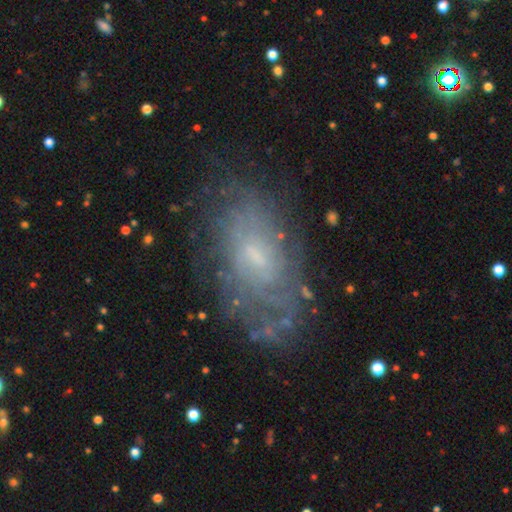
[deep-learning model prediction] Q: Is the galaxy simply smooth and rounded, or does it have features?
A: featured or disk — 62%.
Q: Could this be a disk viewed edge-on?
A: no — 93%.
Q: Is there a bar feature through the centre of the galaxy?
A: no — 63%.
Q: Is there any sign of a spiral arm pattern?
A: yes — 63%.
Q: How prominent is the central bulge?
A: small — 60%.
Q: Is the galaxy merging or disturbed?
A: none — 71%.